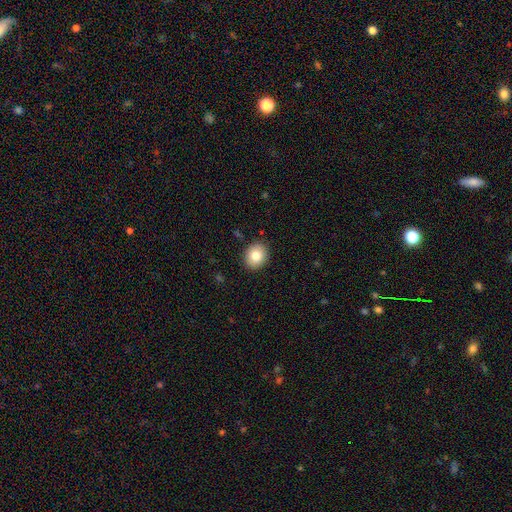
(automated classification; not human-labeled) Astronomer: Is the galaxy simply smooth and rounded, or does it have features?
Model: smooth — 81%.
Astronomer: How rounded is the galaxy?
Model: round — 64%.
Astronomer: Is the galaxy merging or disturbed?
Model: none — 90%.